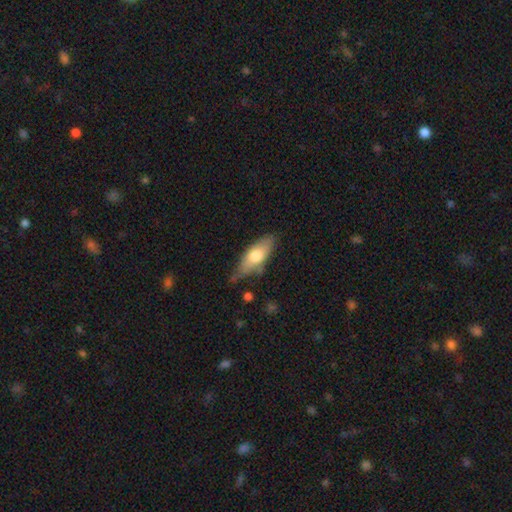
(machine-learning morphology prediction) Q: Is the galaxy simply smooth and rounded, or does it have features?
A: smooth — 68%.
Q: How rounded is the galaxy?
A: in between — 69%.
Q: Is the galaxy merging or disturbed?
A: none — 64%.